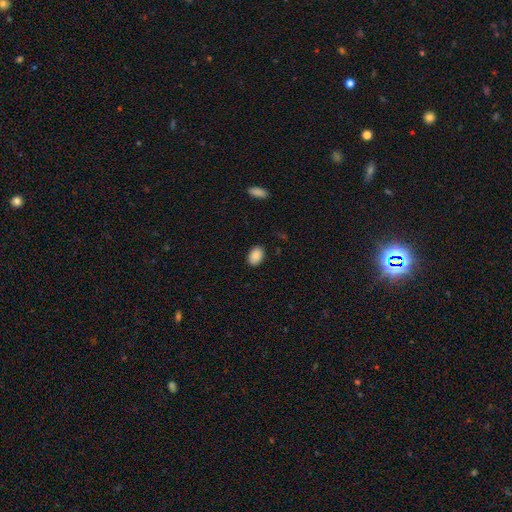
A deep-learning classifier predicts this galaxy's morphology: smooth 89%, star or artifact 8%, featured or disk 4%. Down the decision tree: how rounded — in between (82%); merging — none (87%).